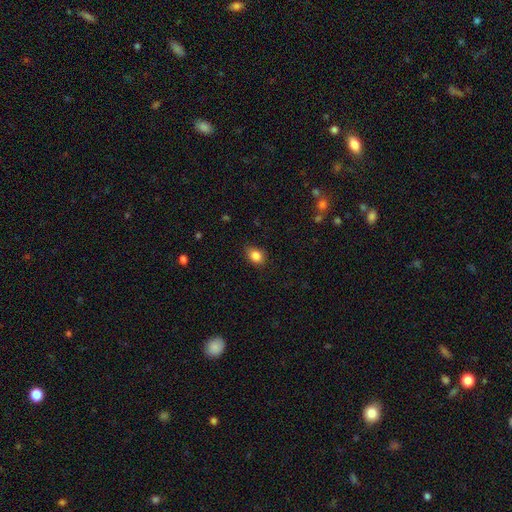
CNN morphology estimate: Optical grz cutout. It shows a smooth galaxy with no disk features (86%) that is in between round and cigar-shaped (59%). Merging: none (81%).